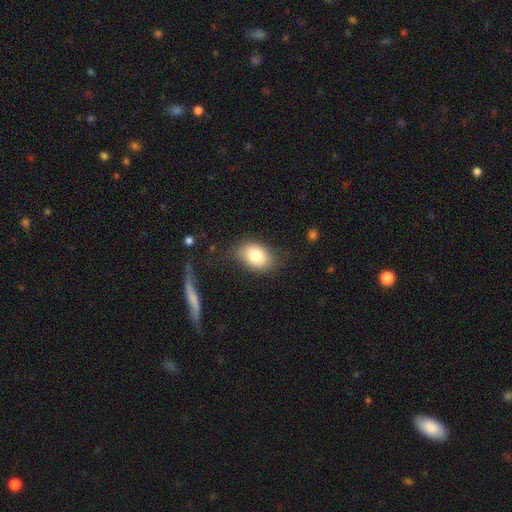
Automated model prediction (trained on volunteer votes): Q: Smooth or featured?
A: smooth (79%); runner-up: featured or disk (13%)
Q: How rounded?
A: in between (80%); runner-up: round (18%)
Q: Merging?
A: none (76%); runner-up: minor disturbance (17%)